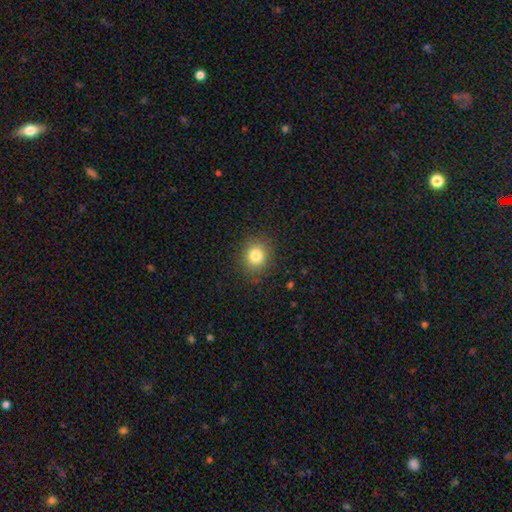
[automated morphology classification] smooth_or_featured: smooth (p=0.82) [alt: star or artifact p=0.11]
how_rounded: round (p=0.79) [alt: in between p=0.20]
merging: none (p=0.87) [alt: minor disturbance p=0.09]